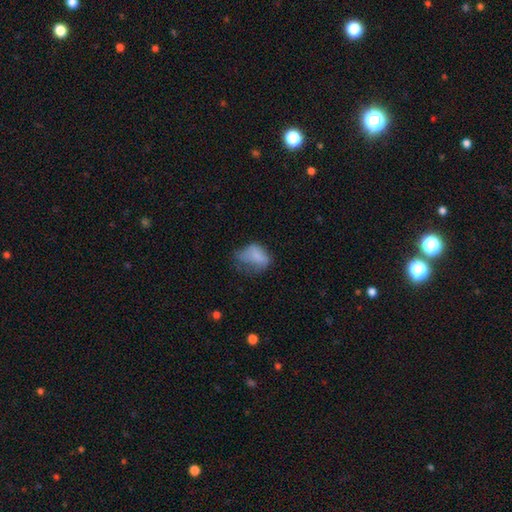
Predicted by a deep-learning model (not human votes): smooth 70%, featured or disk 19%, star or artifact 11%. Down the decision tree: how rounded — in between (78%); merging — major disturbance (39%).